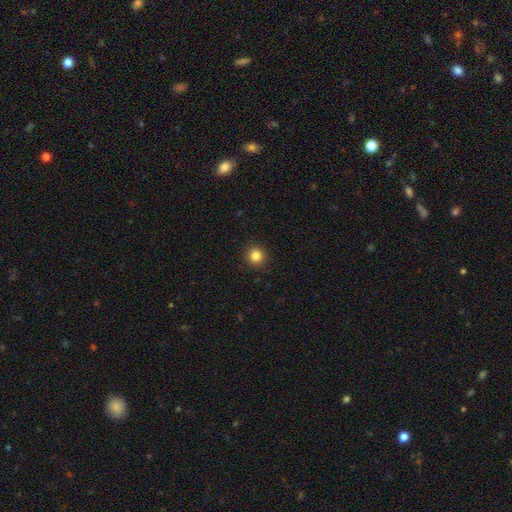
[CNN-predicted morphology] smooth 84%, star or artifact 12%, featured or disk 4%. Down the decision tree: how rounded — round (94%); merging — none (93%).